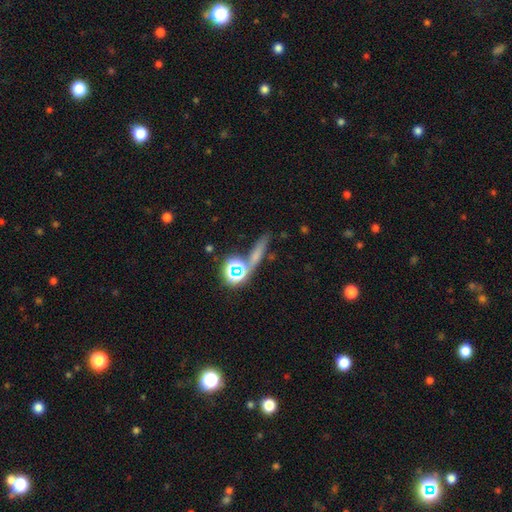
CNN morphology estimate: The model was most divided on "smooth or featured": smooth: 53%, star or artifact: 29%, featured or disk: 18%. More confident: merging — none (68%); how rounded — cigar-shaped (67%).